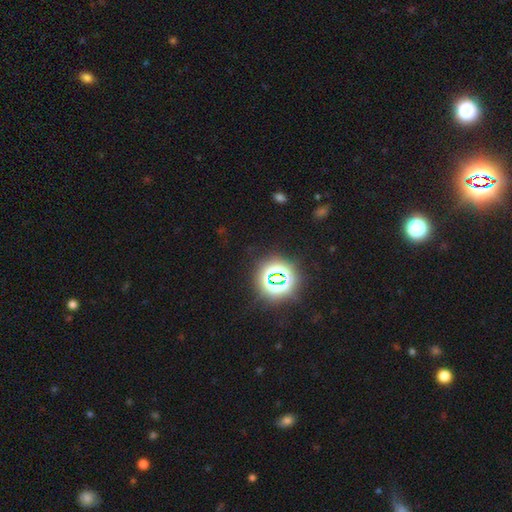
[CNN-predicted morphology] star or artifact 77%, smooth 15%, featured or disk 8%.